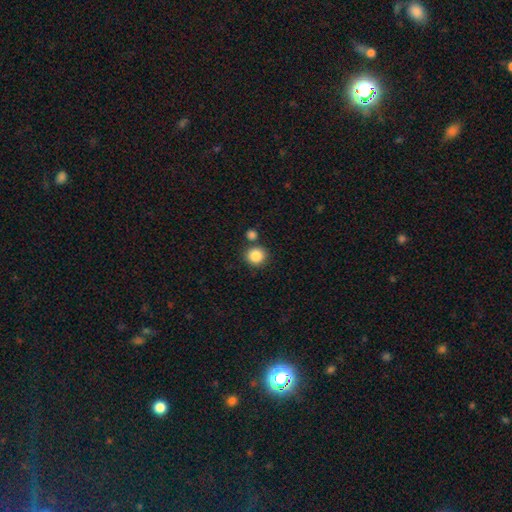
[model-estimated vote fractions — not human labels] The model was most divided on "merging": none: 77%, merger: 12%, minor disturbance: 8%, major disturbance: 3%. More confident: how rounded — round (90%); smooth or featured — smooth (86%).